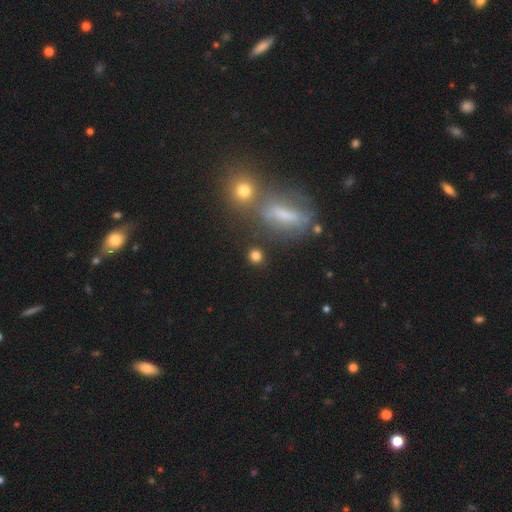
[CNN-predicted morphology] A smooth galaxy with no disk features (79%) that is round (84%).

Vote fractions:
- Smooth or featured? smooth: 79% / star or artifact: 14% / featured or disk: 7%
- How rounded? round: 84% / in between: 13% / cigar-shaped: 2%
- Merging? none: 82% / minor disturbance: 8% / merger: 6% / major disturbance: 4%